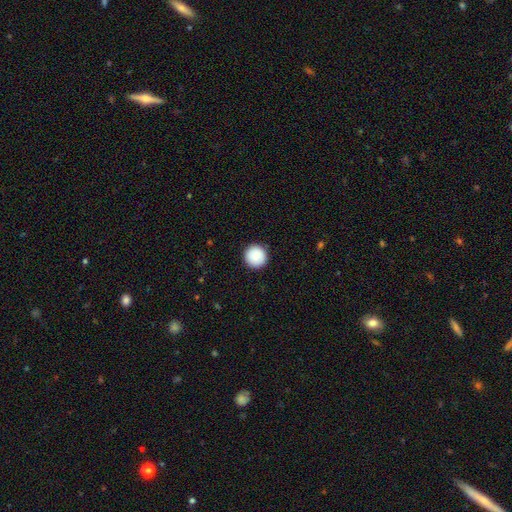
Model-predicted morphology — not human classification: smooth-or-featured: smooth: 86% | star or artifact: 7% | featured or disk: 7%
  how-rounded: round: 95% | in between: 4% | cigar-shaped: 1%
  merging: none: 92% | minor disturbance: 5% | major disturbance: 2% | merger: 1%